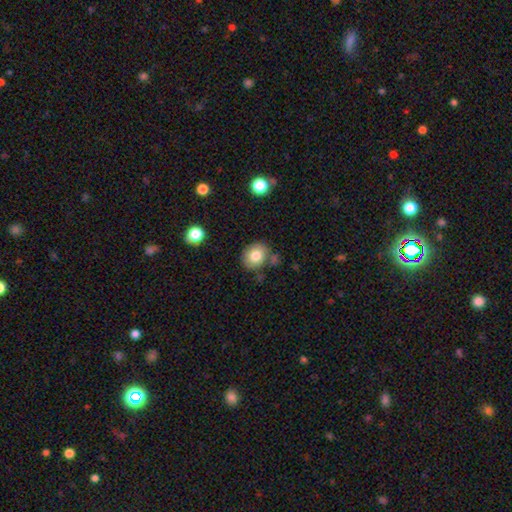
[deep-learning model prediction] Smooth or featured? smooth (79%)
How rounded? round (64%)
Merging? none (73%)